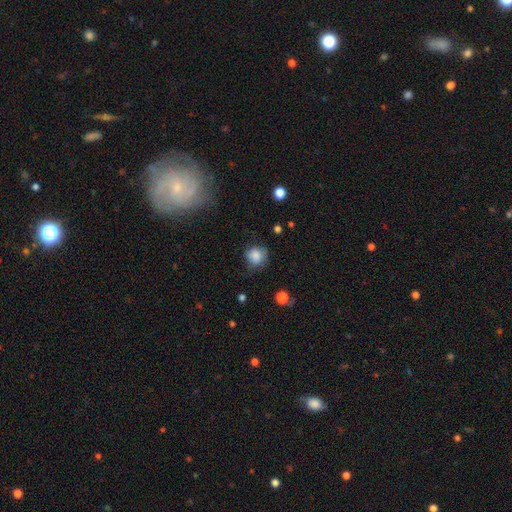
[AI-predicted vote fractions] This appears to be a smooth galaxy with no disk features (80%) that is round (80%). Merging: none (56%).